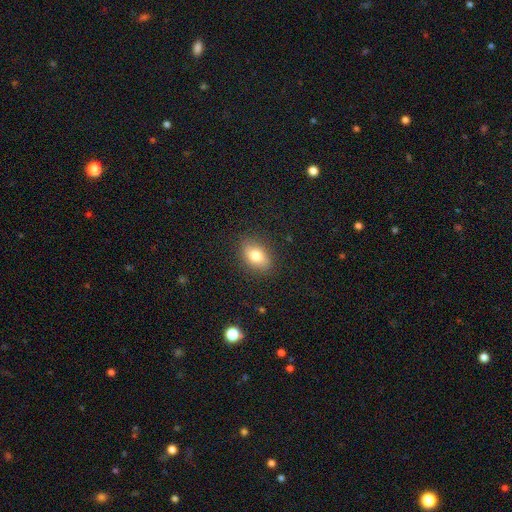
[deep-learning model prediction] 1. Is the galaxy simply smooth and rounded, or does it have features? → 75% smooth, 17% featured or disk, 8% star or artifact.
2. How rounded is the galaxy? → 85% in between, 11% round, 4% cigar-shaped.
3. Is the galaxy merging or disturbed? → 85% none, 11% minor disturbance, 3% major disturbance, 1% merger.